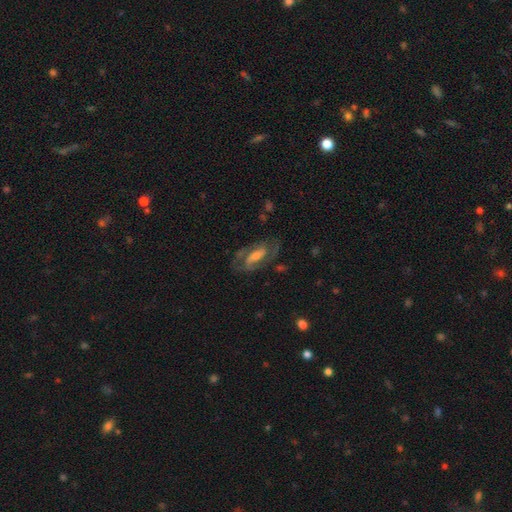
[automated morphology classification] Smooth or featured?
  - featured or disk: 80% *
  - smooth: 13%
  - star or artifact: 7%
Edge-on disk?
  - no: 93% *
  - yes: 7%
Bar?
  - weak: 40% *
  - strong: 37%
  - no: 23%
Spiral arms?
  - yes: 92% *
  - no: 8%
Spiral winding?
  - medium: 51% *
  - tight: 34%
  - loose: 15%
Spiral arm count?
  - 2: 85% *
  - can't tell: 8%
  - 3: 2%
  - 1: 2%
  - 4: 1%
  - more than 4: 1%
Bulge size?
  - moderate: 40% *
  - small: 34%
  - large: 15%
  - none: 9%
  - dominant: 2%
Merging?
  - none: 74% *
  - minor disturbance: 15%
  - major disturbance: 10%
  - merger: 2%